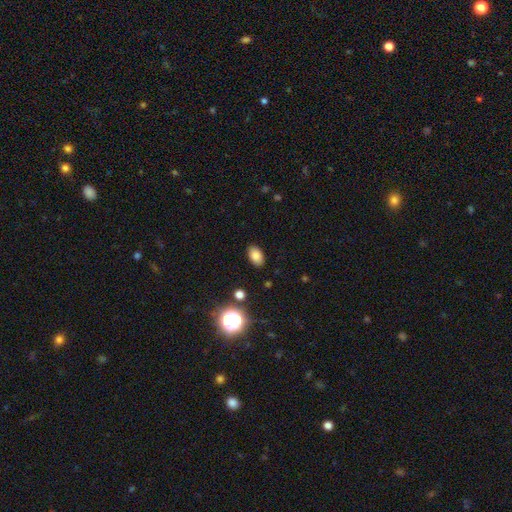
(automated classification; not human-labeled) Smooth or featured? Predicted: smooth (p=0.81). How rounded? Predicted: in between (p=0.89). Merging? Predicted: none (p=0.87).